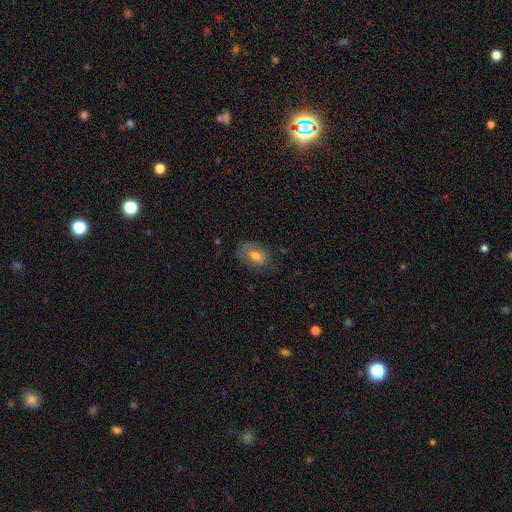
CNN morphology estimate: Smooth or featured? smooth (52%)
How rounded? in between (82%)
Merging? none (66%)